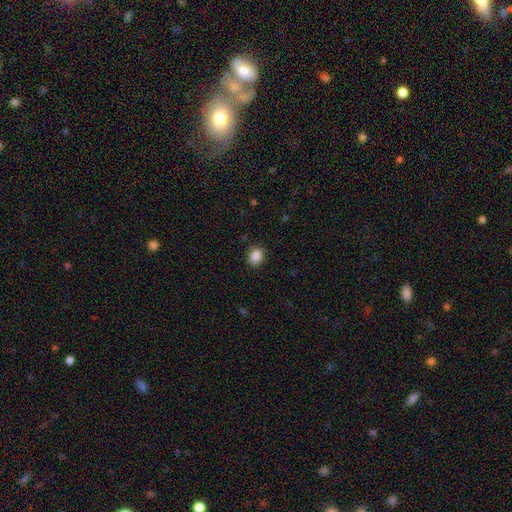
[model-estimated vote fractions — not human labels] smooth_or_featured: smooth (p=0.87) [alt: star or artifact p=0.10]
how_rounded: round (p=0.63) [alt: in between p=0.36]
merging: none (p=0.86) [alt: minor disturbance p=0.10]